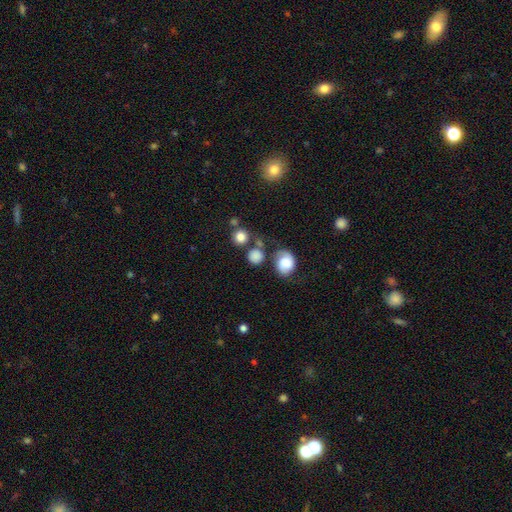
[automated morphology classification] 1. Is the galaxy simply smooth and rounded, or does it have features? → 80% smooth, 10% star or artifact, 10% featured or disk.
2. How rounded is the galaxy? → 86% round, 13% in between, 1% cigar-shaped.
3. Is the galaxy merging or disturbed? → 65% none, 16% merger, 13% minor disturbance, 6% major disturbance.